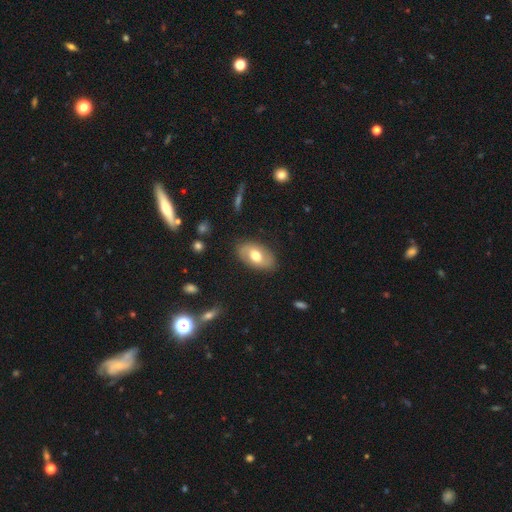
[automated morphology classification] smooth_or_featured: smooth (p=0.51) [alt: featured or disk p=0.43]
how_rounded: in between (p=0.92) [alt: round p=0.07]
merging: none (p=0.82) [alt: minor disturbance p=0.13]